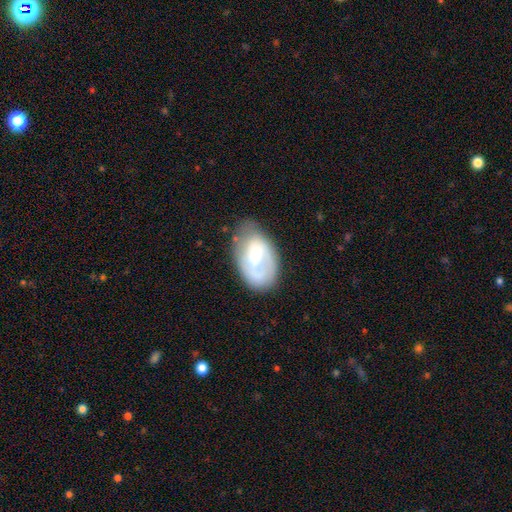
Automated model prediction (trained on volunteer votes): Morphology: type=featured or disk (48%); merging=none (57%).